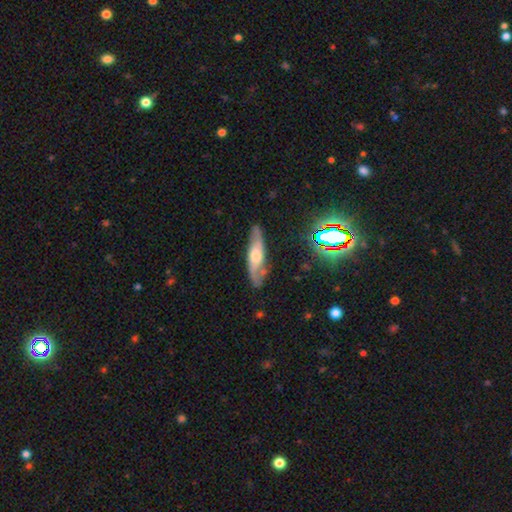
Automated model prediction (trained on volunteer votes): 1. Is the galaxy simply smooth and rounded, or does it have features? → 61% featured or disk, 32% smooth, 7% star or artifact.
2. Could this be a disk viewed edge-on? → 50% no (tied), 50% yes (tied).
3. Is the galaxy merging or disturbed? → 79% none, 15% minor disturbance, 4% major disturbance, 2% merger.